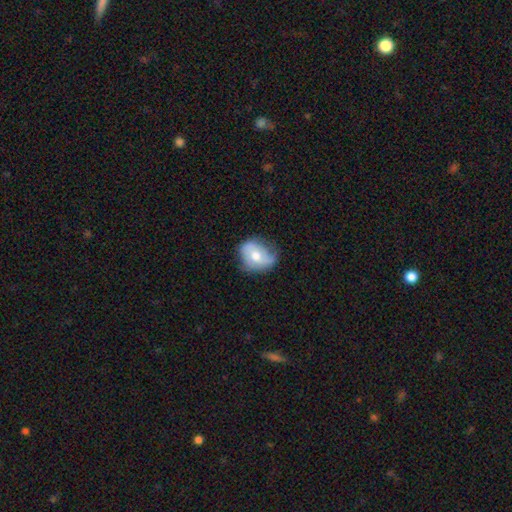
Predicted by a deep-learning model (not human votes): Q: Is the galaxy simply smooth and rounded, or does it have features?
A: smooth — 49%.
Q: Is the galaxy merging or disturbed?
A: none — 55%.